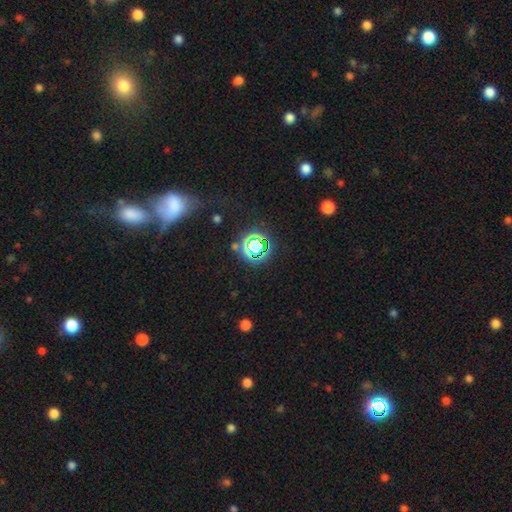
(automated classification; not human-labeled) A star or artifact, not a galaxy (67%).